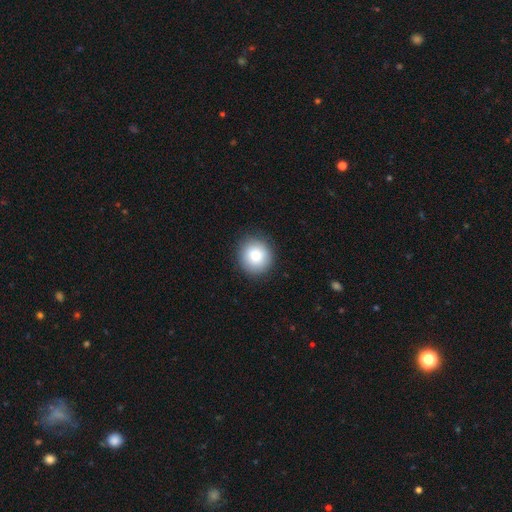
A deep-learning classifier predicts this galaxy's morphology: smooth-or-featured: smooth: 83% | featured or disk: 9% | star or artifact: 8%
  how-rounded: round: 91% | in between: 8% | cigar-shaped: 1%
  merging: none: 89% | minor disturbance: 7% | major disturbance: 2% | merger: 1%